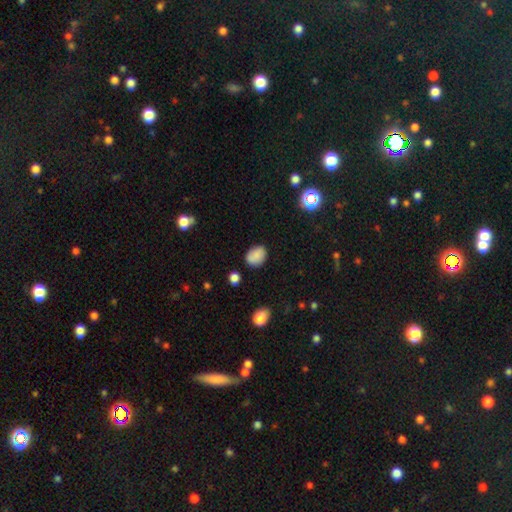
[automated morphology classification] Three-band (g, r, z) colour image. It shows a smooth galaxy with no disk features (84%) that is in between round and cigar-shaped (62%). Merging: none (79%).